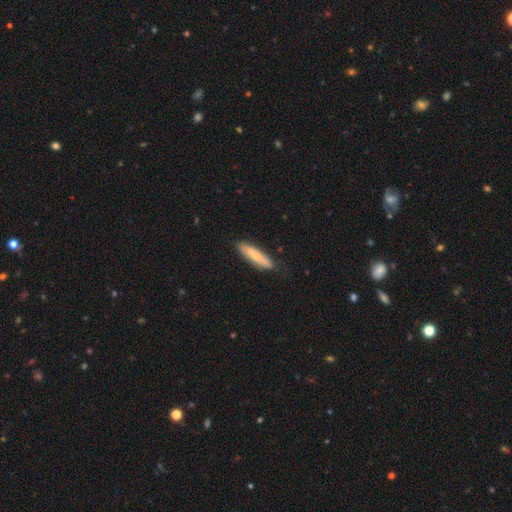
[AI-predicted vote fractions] smooth-or-featured: smooth: 60% | featured or disk: 35% | star or artifact: 6%
  how-rounded: cigar-shaped: 77% | in between: 22% | round: 2%
  merging: none: 82% | minor disturbance: 14% | major disturbance: 2% | merger: 1%